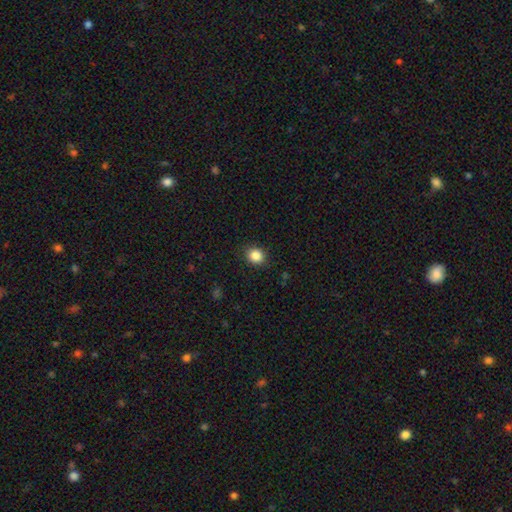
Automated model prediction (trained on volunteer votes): A smooth galaxy with no disk features (85%) that is round (73%). Merging: none (88%).